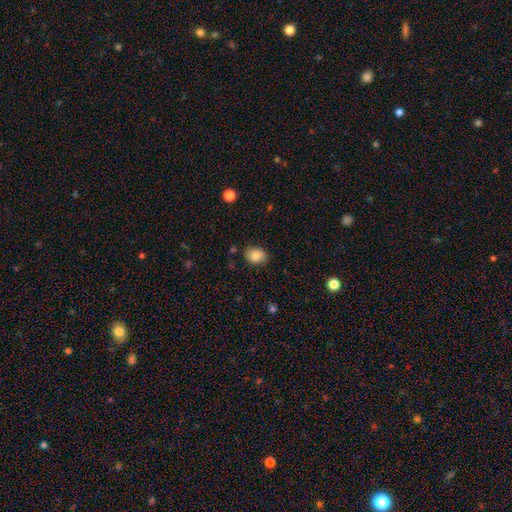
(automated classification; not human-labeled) Morphology: type=smooth (85%); roundness=in between (61%); merging=none (80%).